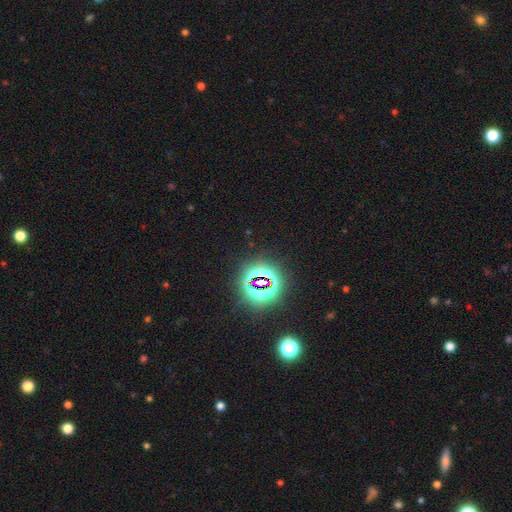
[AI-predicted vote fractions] smooth_or_featured: star or artifact (p=0.82) [alt: smooth p=0.11]